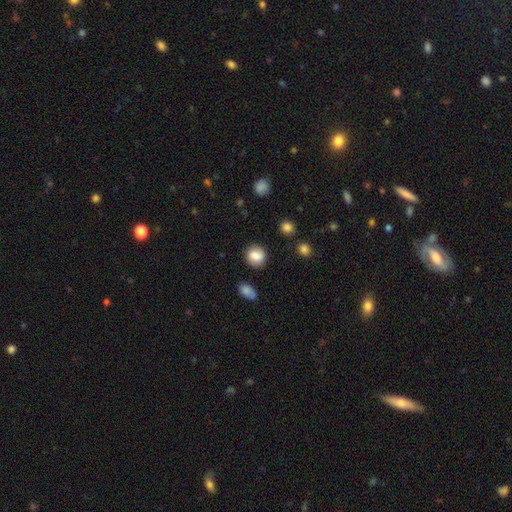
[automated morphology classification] Overall: smooth (83%). How rounded: round (78%). Merging: none (84%).